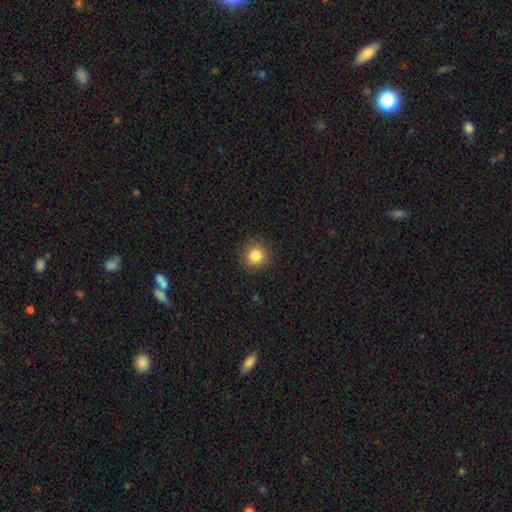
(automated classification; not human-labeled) Q: Smooth or featured?
A: smooth (84%); runner-up: star or artifact (11%)
Q: How rounded?
A: round (94%); runner-up: in between (5%)
Q: Merging?
A: none (91%); runner-up: minor disturbance (6%)